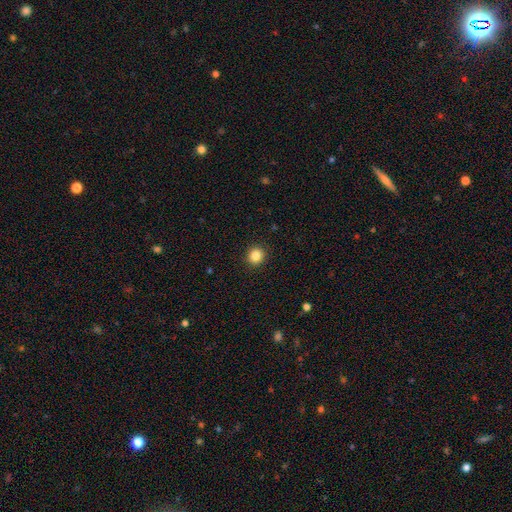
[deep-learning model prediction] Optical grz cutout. It shows a smooth galaxy with no disk features (85%) that is round (91%). Merging: none (93%).